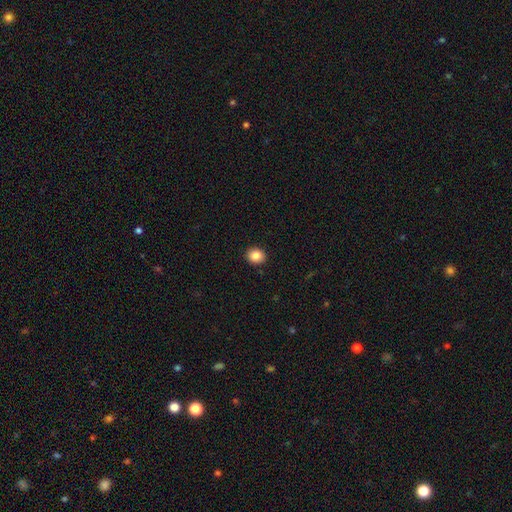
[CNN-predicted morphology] This is clearly a smooth galaxy (86%). How rounded: likely round (74%). Merging: clearly none (92%).